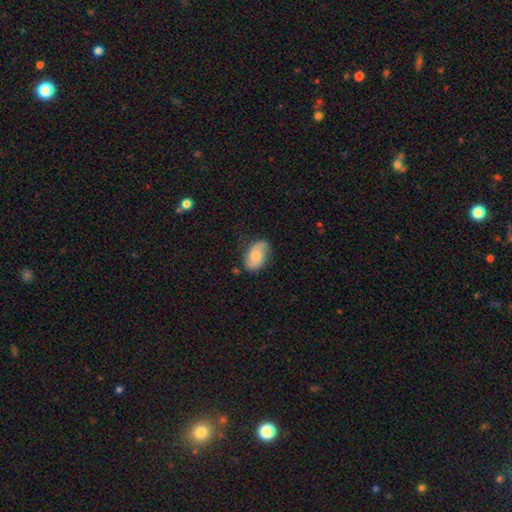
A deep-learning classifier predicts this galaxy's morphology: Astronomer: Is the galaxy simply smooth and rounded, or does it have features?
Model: smooth — 56% (runner-up: featured or disk, 37%).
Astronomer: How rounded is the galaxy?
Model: in between — 90%.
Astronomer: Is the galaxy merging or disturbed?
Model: none — 68%.